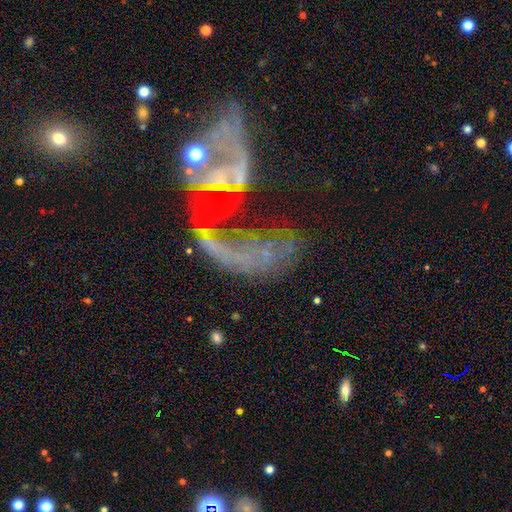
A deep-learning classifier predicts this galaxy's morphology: Smooth or featured: featured or disk — 66% (star or artifact — 20%)
Edge-on disk: no — 95% (yes — 5%)
Bar: no — 72% (weak — 18%)
Spiral arms: no — 58% (yes — 42%)
Bulge size: none — 57% (small — 27%)
Merging: major disturbance — 44% (merger — 29%)